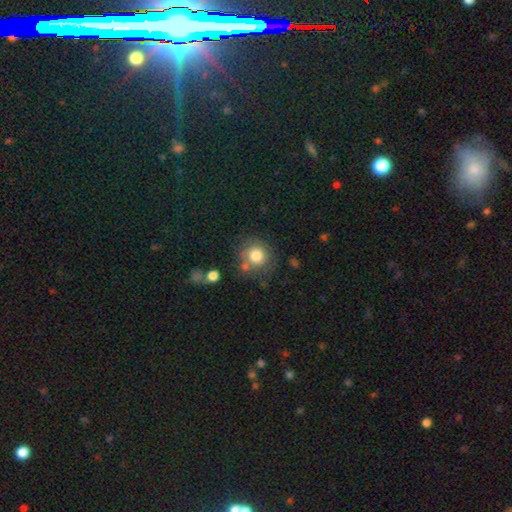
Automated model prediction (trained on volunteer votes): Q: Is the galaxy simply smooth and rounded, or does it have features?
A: smooth — 80%.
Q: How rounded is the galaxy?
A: round — 88%.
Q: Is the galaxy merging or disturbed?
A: none — 68%.